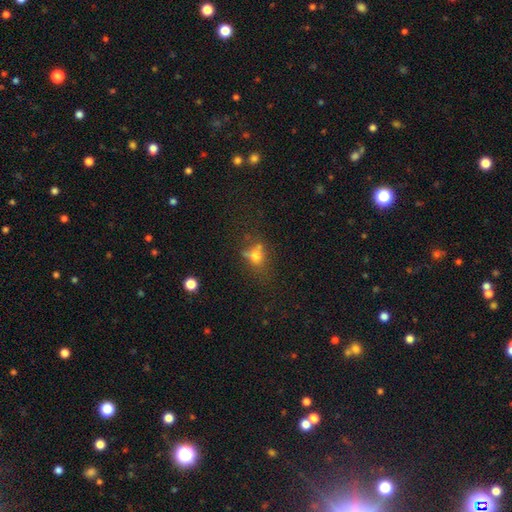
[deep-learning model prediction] The model was most divided on "how rounded": round: 54%, in between: 43%, cigar-shaped: 3%. Remaining: smooth or featured — smooth (63%); merging — none (44%).